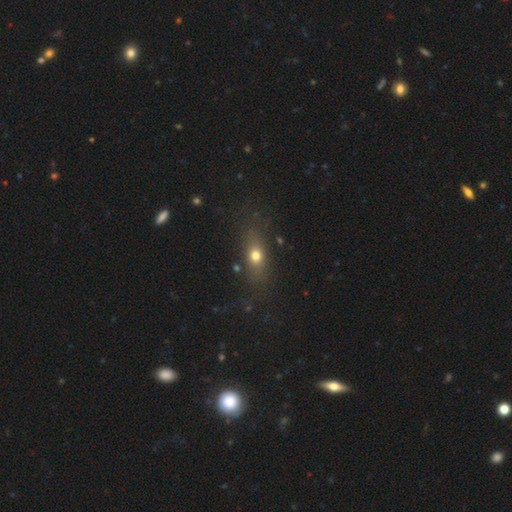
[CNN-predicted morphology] This appears to be a smooth galaxy with no disk features (69%) that is in between round and cigar-shaped (60%). Merging: none (76%).